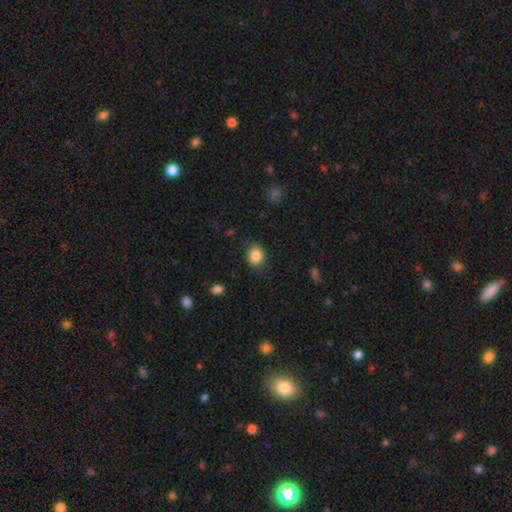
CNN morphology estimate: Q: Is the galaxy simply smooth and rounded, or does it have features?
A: smooth — 84%.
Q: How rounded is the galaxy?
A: round — 71%.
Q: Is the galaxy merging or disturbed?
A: none — 85%.